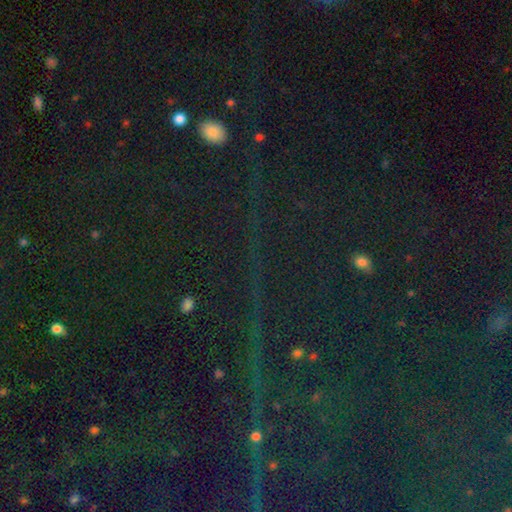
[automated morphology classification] star or artifact 77%, smooth 15%, featured or disk 9%.